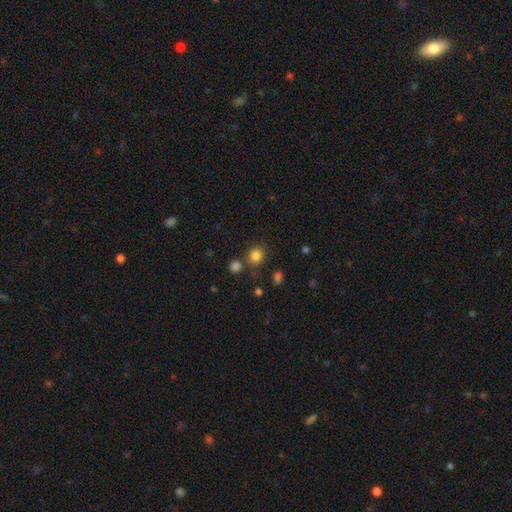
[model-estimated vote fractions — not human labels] This appears to be a smooth galaxy with no disk features (82%) that is round (76%). Merging: none (75%).